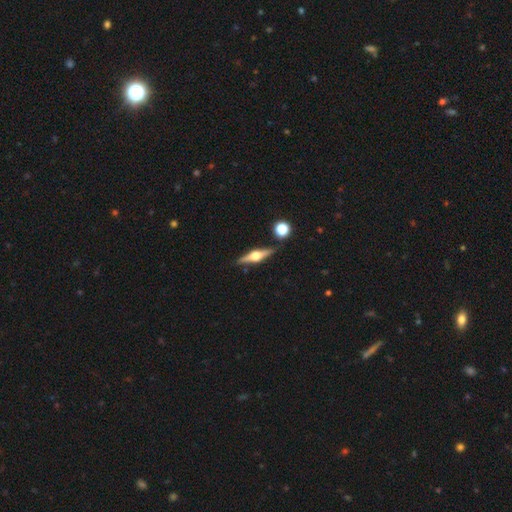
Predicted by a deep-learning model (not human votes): Smooth or featured? Predicted: featured or disk (p=0.78). Edge-on disk? Predicted: yes (p=0.97). Edge-on bulge? Predicted: rounded (p=0.95). Merging? Predicted: none (p=0.86).